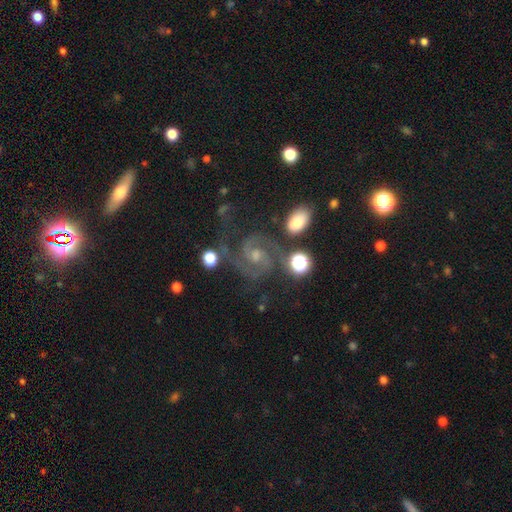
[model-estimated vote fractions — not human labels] Smooth or featured? Predicted: featured or disk (p=0.87). Edge-on disk? Predicted: no (p=0.98). Bar? Predicted: no (p=0.47). Spiral arms? Predicted: yes (p=0.98). Spiral winding? Predicted: medium (p=0.52). Spiral arm count? Predicted: 2 (p=0.83). Bulge size? Predicted: small (p=0.46). Merging? Predicted: none (p=0.66).